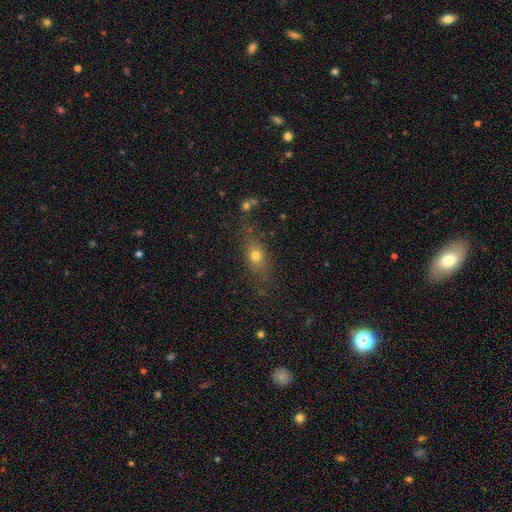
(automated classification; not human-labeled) Morphology: type=smooth (70%); roundness=in between (59%); merging=none (72%).